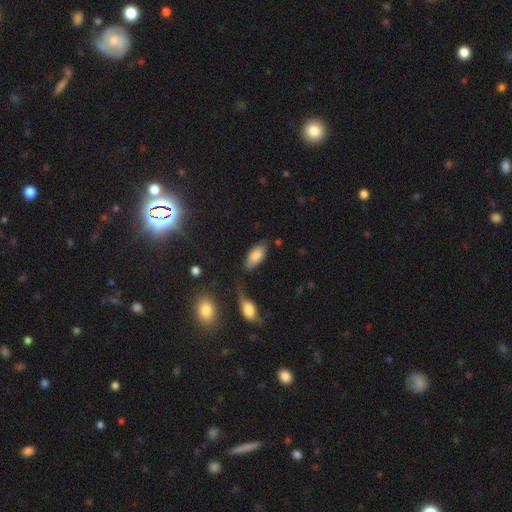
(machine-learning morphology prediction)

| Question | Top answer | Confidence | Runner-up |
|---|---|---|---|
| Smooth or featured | smooth | 83% | featured or disk (10%) |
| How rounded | in between | 91% | cigar-shaped (6%) |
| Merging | none | 69% | minor disturbance (19%) |